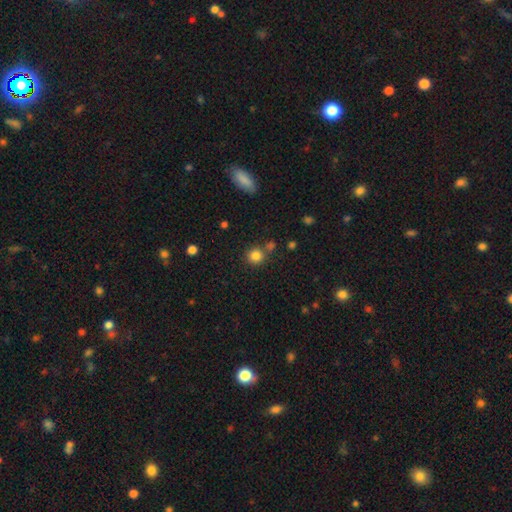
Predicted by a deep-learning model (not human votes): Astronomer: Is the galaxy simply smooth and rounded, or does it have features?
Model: smooth — 83%.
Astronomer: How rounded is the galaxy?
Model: round — 91%.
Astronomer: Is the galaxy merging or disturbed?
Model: none — 73%.